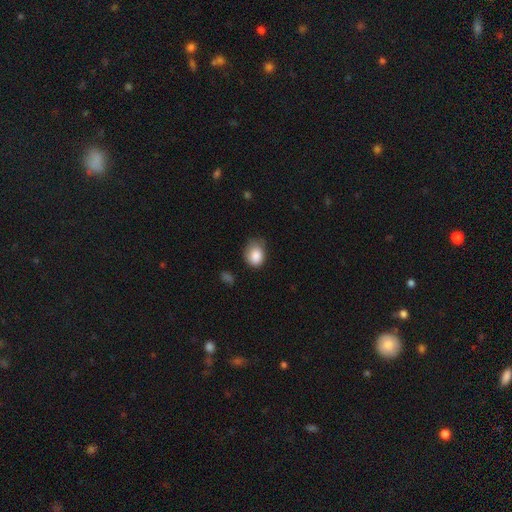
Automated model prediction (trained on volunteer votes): A smooth galaxy with no disk features (85%) that is in between round and cigar-shaped (58%). Merging: none (52%).